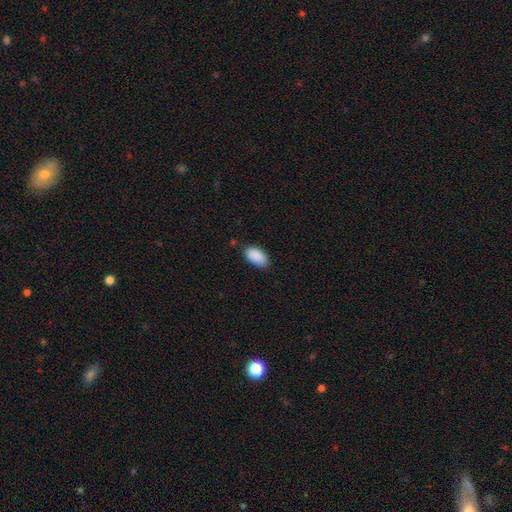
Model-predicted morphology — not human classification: Smooth or featured? Predicted: smooth (p=0.90). How rounded? Predicted: in between (p=0.95). Merging? Predicted: none (p=0.79).